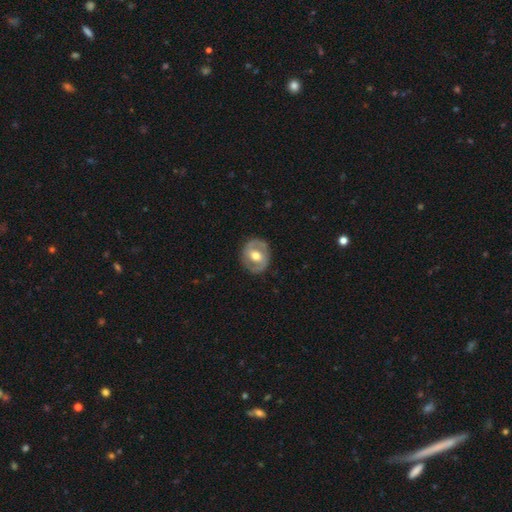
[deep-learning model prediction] This is likely a featured or disk galaxy (67%). It is clearly not viewed edge-on (96%). Bar: marginally no (42%). Spiral arm pattern: possibly yes (59%). Central bulge: likely moderate (73%). Merging: clearly none (84%).